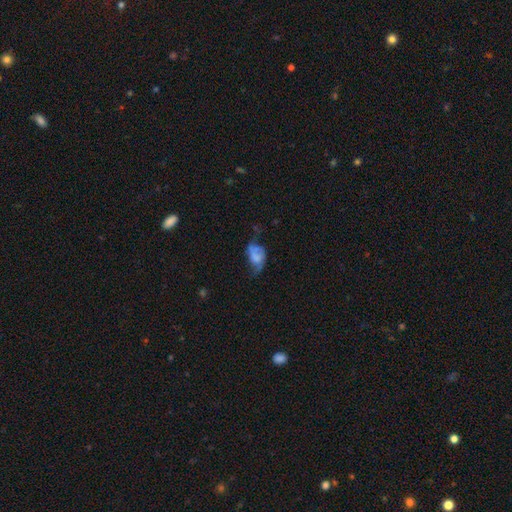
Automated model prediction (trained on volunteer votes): Smooth or featured? smooth (48%)
Merging? major disturbance (39%)